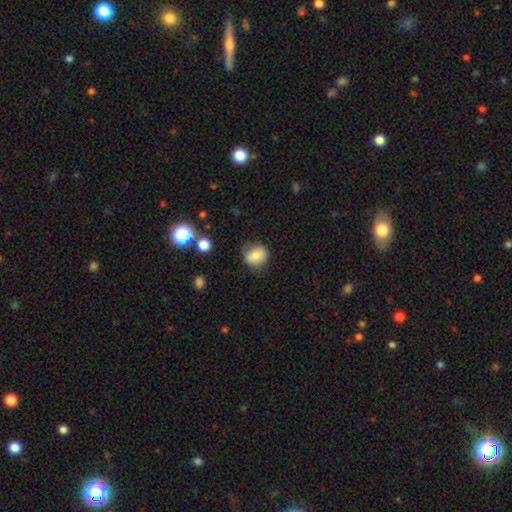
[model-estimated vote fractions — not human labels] smooth_or_featured: smooth (p=0.81) [alt: star or artifact p=0.10]
how_rounded: round (p=0.66) [alt: in between p=0.33]
merging: none (p=0.75) [alt: minor disturbance p=0.18]